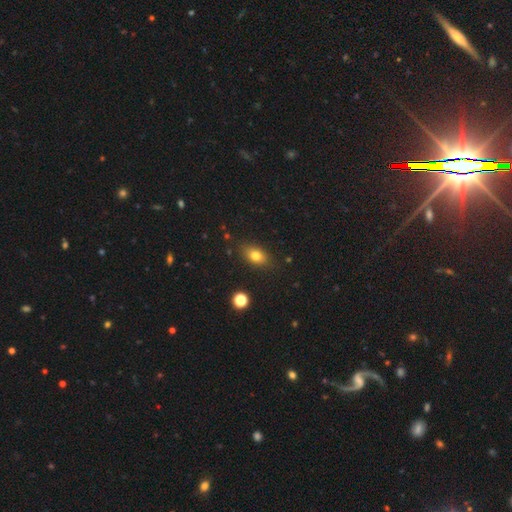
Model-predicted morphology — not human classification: A smooth galaxy with no disk features (78%) that is in between round and cigar-shaped (79%). Merging: none (83%).